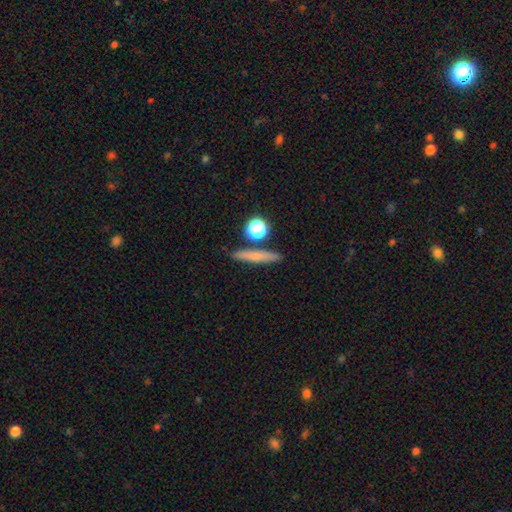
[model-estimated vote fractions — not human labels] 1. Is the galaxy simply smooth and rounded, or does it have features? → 63% smooth, 27% featured or disk, 10% star or artifact.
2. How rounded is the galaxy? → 78% cigar-shaped, 11% in between, 11% round.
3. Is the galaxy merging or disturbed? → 82% none, 9% minor disturbance, 7% merger, 3% major disturbance.